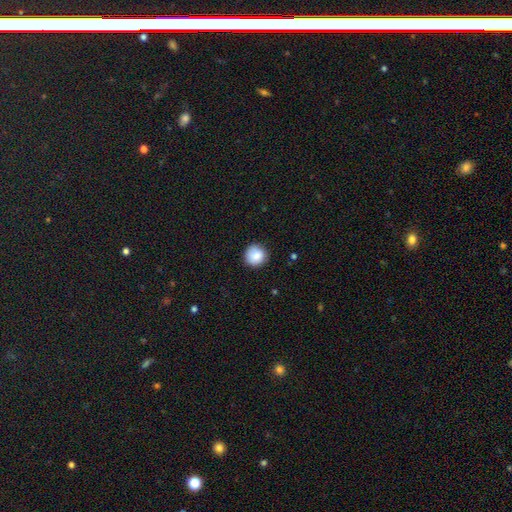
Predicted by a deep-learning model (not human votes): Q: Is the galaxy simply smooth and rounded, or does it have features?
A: smooth — 86%.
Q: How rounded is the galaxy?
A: round — 94%.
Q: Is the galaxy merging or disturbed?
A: none — 86%.